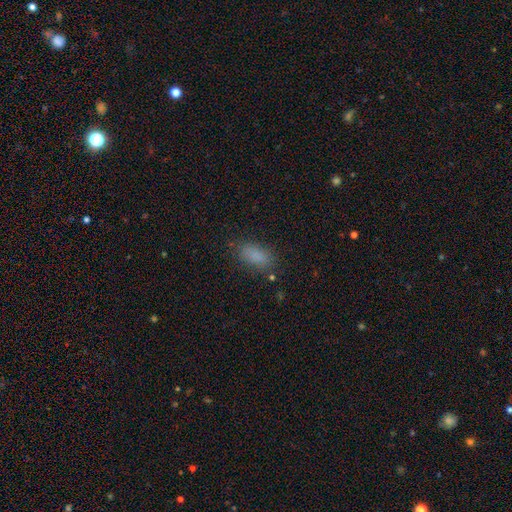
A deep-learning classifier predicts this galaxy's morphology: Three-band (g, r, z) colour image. It shows a smooth galaxy with no disk features (84%) that is in between round and cigar-shaped (87%). Merging: none (81%).